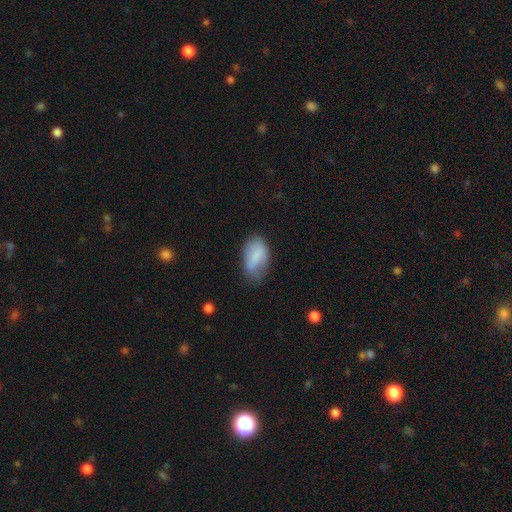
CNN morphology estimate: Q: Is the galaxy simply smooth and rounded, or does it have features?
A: smooth — 77%.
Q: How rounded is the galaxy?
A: in between — 92%.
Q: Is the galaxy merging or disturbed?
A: none — 57%.